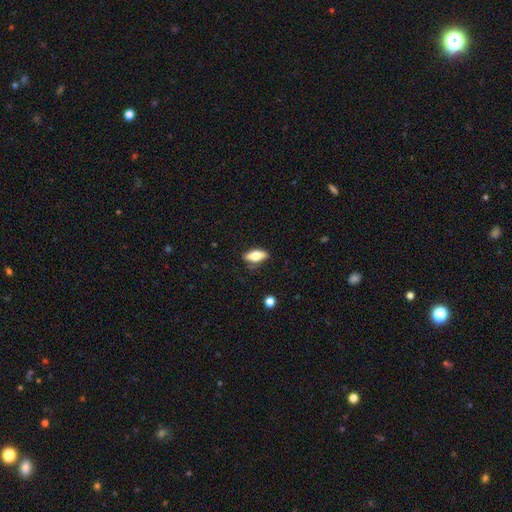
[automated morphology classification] smooth-or-featured: smooth: 68% | featured or disk: 25% | star or artifact: 7%
  how-rounded: in between: 79% | cigar-shaped: 18% | round: 3%
  merging: none: 79% | minor disturbance: 16% | major disturbance: 3% | merger: 2%